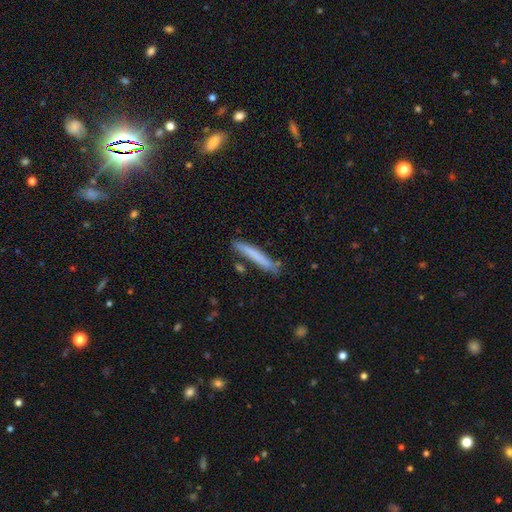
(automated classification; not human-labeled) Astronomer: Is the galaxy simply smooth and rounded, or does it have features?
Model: smooth — 73%.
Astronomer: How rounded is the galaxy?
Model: cigar-shaped — 95%.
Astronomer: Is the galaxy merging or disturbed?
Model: none — 81%.